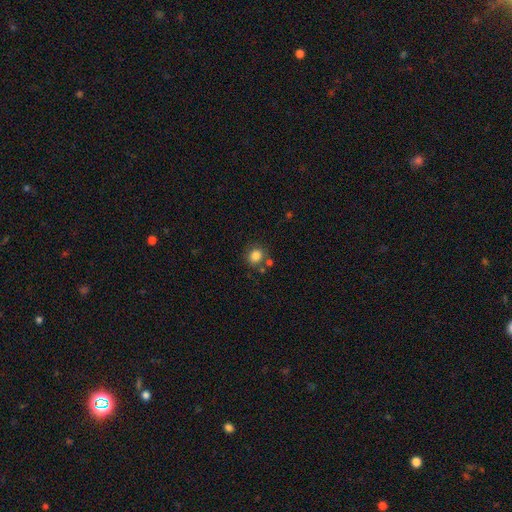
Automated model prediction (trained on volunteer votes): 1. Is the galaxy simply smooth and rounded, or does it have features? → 83% smooth, 11% star or artifact, 6% featured or disk.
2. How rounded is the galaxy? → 76% round, 23% in between, 1% cigar-shaped.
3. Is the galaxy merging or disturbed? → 70% none, 13% merger, 13% minor disturbance, 4% major disturbance.